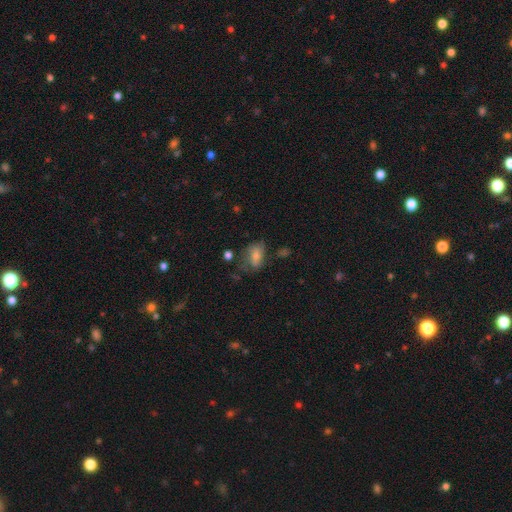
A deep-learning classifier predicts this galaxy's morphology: type=smooth (63%); roundness=in between (83%); merging=none (42%).